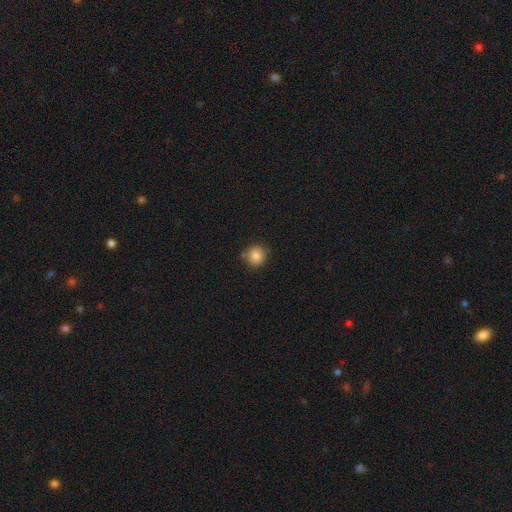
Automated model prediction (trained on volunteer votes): A smooth galaxy with no disk features (84%) that is round (90%). Merging: none (79%).